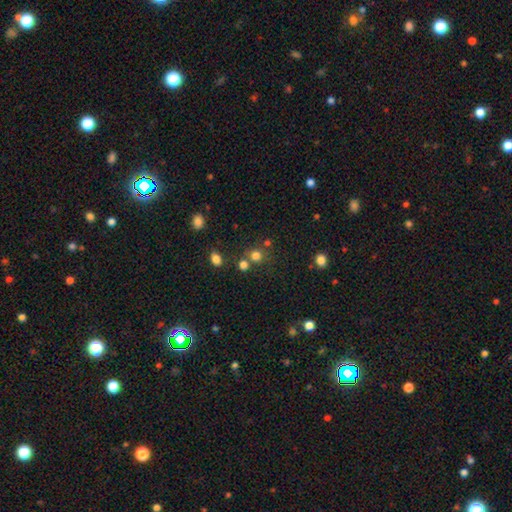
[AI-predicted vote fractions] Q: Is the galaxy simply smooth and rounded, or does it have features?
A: smooth — 74%.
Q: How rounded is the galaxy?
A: round — 87%.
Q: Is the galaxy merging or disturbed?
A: none — 65%.